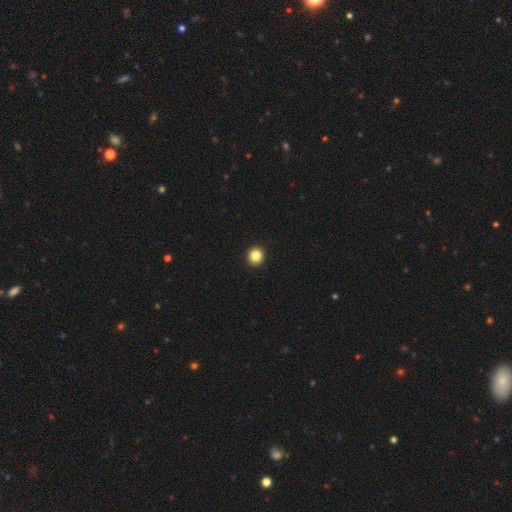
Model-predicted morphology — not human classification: A smooth galaxy with no disk features (85%) that is round (88%). Merging: none (94%).